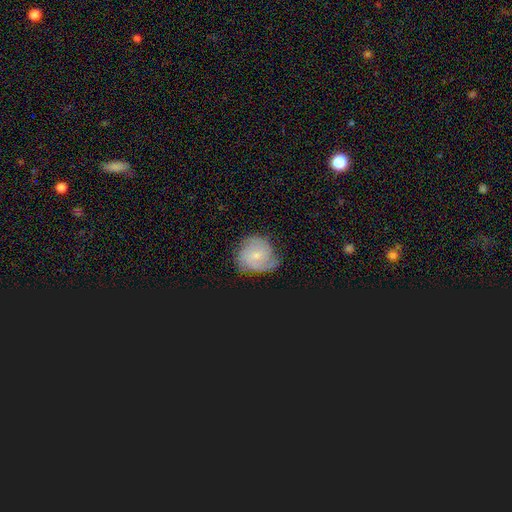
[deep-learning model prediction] This appears to be a featured or disk galaxy (60%) with no bar (55%), tight (52%) spiral arms (90%) and a small central bulge (70%). Merging: none (65%).